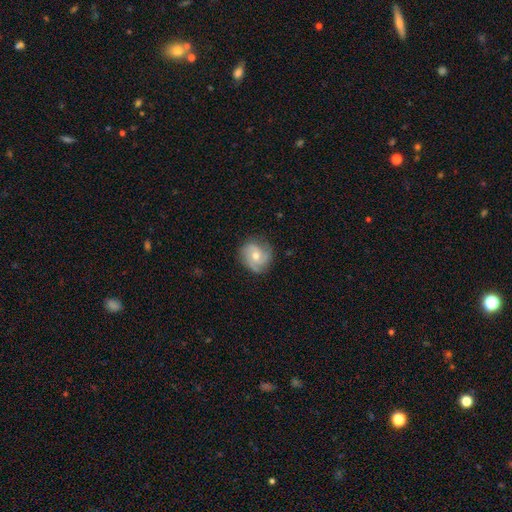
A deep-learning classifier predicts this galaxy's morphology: A featured or disk galaxy (69%) with no bar (73%), 3 (43%) tight (44%) spiral arms (92%) and a moderate central bulge (63%). Merging: none (77%).